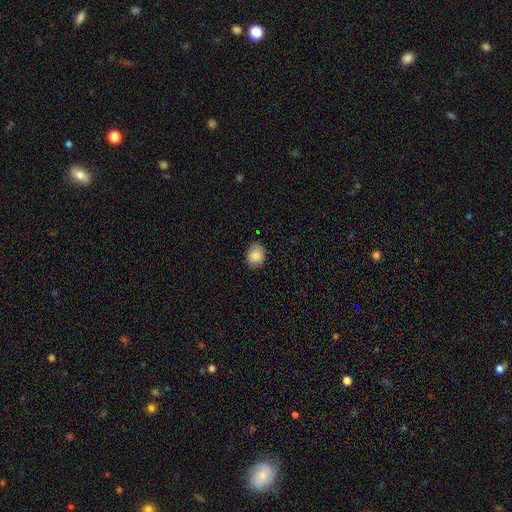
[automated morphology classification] A smooth galaxy with no disk features (87%) that is round (59%). Merging: none (83%).